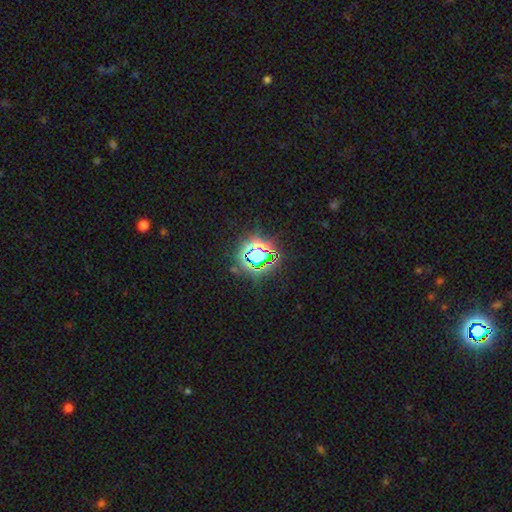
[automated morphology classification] Smooth or featured? Predicted: star or artifact (p=0.76).